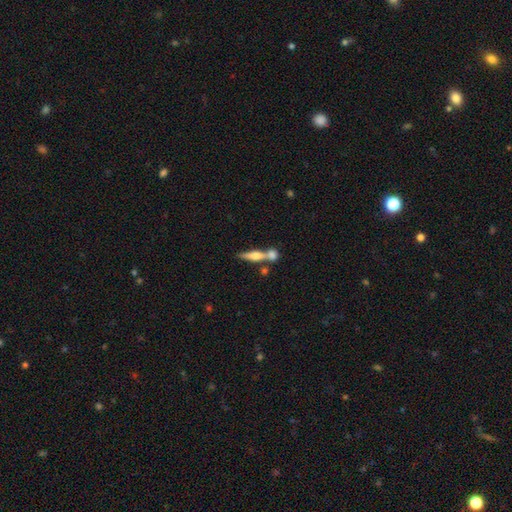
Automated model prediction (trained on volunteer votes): Smooth or featured? featured or disk (47%)
Merging? none (47%)